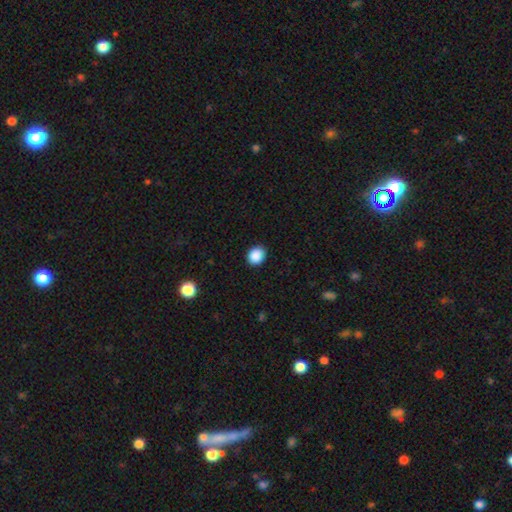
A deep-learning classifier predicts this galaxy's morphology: Smooth or featured: smooth — 89% (star or artifact — 9%)
How rounded: round — 66% (in between — 33%)
Merging: none — 88% (minor disturbance — 9%)